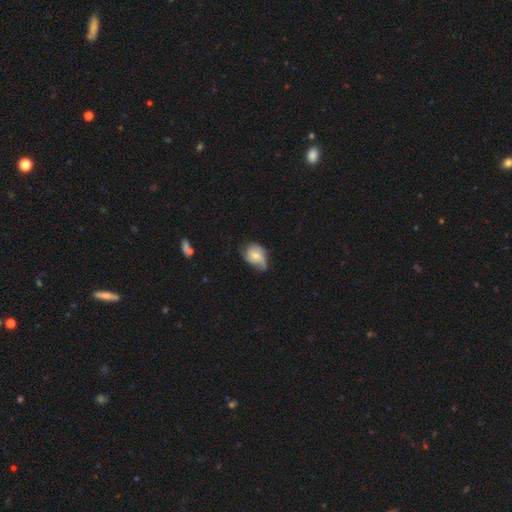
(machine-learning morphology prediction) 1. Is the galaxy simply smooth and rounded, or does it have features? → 51% featured or disk, 42% smooth, 7% star or artifact.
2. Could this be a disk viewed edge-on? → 96% no, 4% yes.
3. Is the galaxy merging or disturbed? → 40% none (tied), 40% minor disturbance (tied), 18% major disturbance, 2% merger.